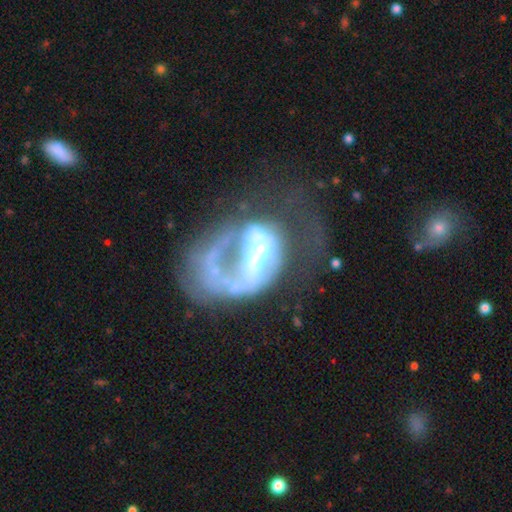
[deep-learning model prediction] Smooth or featured: featured or disk — 75% (smooth — 14%)
Edge-on disk: no — 97% (yes — 3%)
Bar: no — 48% (weak — 29%)
Spiral arms: no — 57% (yes — 43%)
Bulge size: moderate — 35% (small — 26%)
Merging: major disturbance — 49% (merger — 23%)